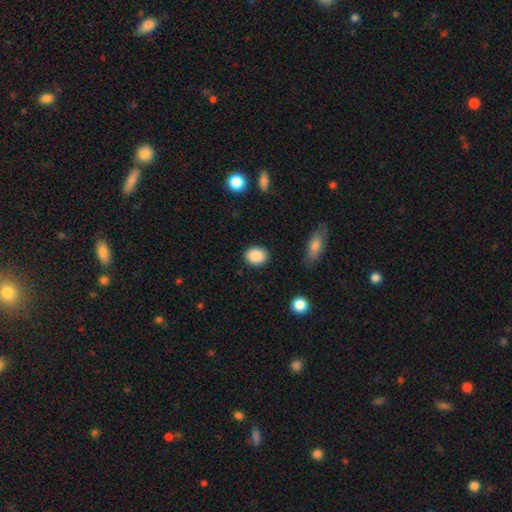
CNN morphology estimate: This is clearly a smooth galaxy (88%). How rounded: possibly round (54%). Merging: clearly none (88%).